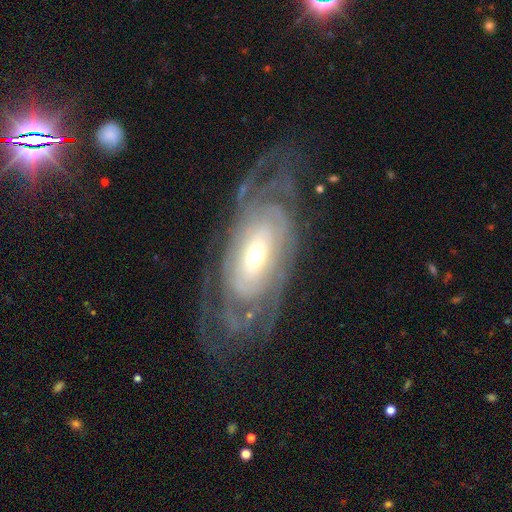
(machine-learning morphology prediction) This appears to be a featured or disk galaxy (86%) with no bar (57%), tight (74%) spiral arms (90%) and a moderate central bulge (51%). Merging: none (73%).